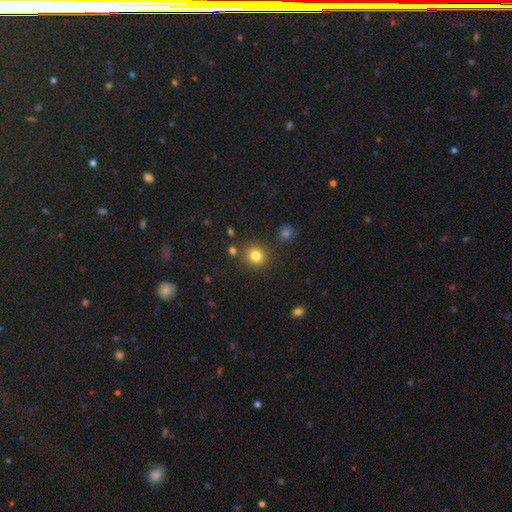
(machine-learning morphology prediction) smooth_or_featured: smooth (p=0.81) [alt: star or artifact p=0.13]
how_rounded: round (p=0.88) [alt: in between p=0.11]
merging: none (p=0.86) [alt: minor disturbance p=0.07]